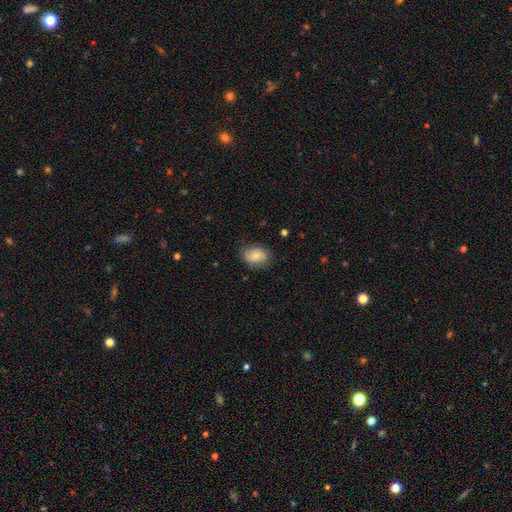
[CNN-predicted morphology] This appears to be a smooth galaxy with no disk features (71%) that is in between round and cigar-shaped (75%). Merging: none (74%).